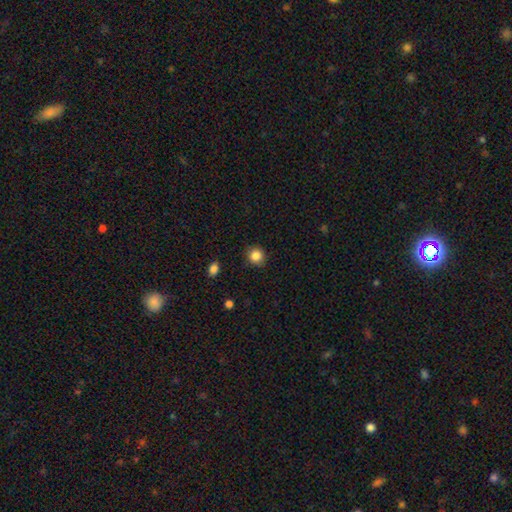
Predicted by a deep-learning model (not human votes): smooth_or_featured: smooth (p=0.85) [alt: star or artifact p=0.11]
how_rounded: round (p=0.88) [alt: in between p=0.11]
merging: none (p=0.86) [alt: minor disturbance p=0.10]